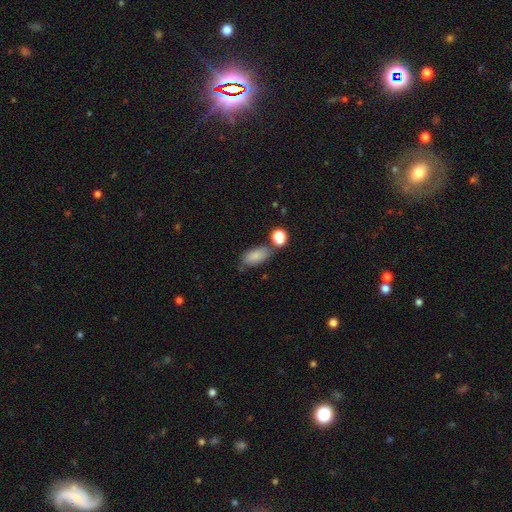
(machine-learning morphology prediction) smooth_or_featured: smooth (p=0.85) [alt: star or artifact p=0.08]
how_rounded: in between (p=0.90) [alt: cigar-shaped p=0.05]
merging: none (p=0.61) [alt: minor disturbance p=0.18]